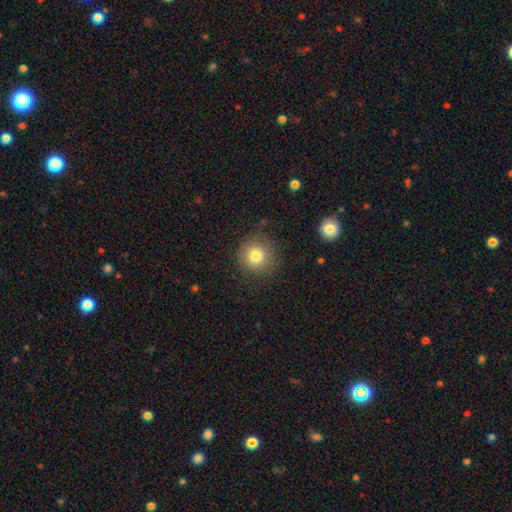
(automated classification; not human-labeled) This is clearly a smooth galaxy (81%). How rounded: clearly round (93%). Merging: clearly none (82%).